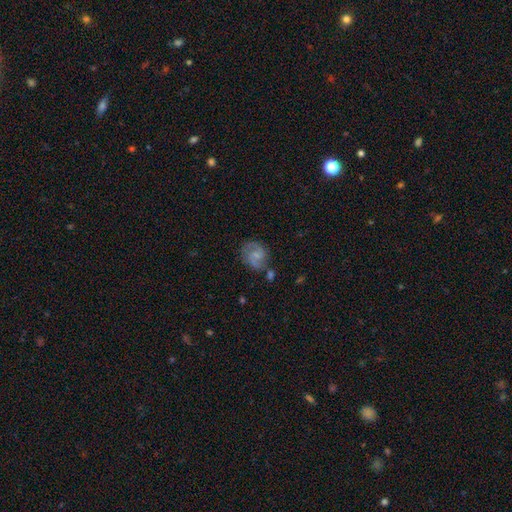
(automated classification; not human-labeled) This is likely a featured or disk galaxy (68%). It is clearly not viewed edge-on (98%). Bar: possibly weak (47%). Spiral arm pattern: clearly yes (92%). Spiral arm count: clearly 2 (86%). Spiral winding: possibly medium (53%). Central bulge: possibly small (51%). Merging: likely none (65%).